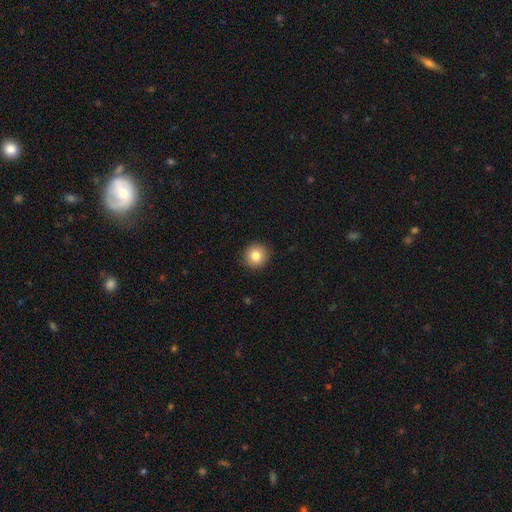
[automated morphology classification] Smooth or featured: smooth — 83% (star or artifact — 10%)
How rounded: round — 94% (in between — 5%)
Merging: none — 91% (minor disturbance — 6%)